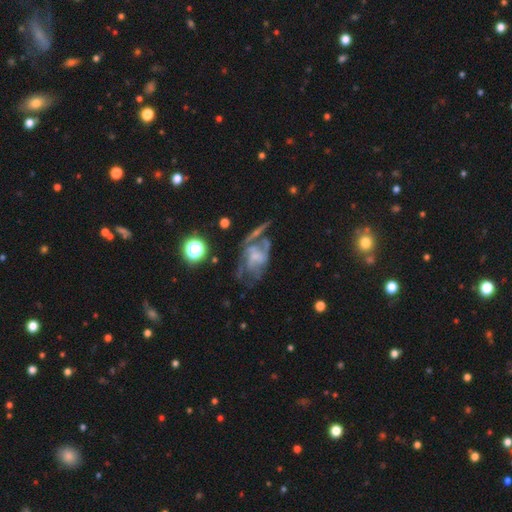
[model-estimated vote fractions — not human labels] Q: Smooth or featured?
A: featured or disk (70%); runner-up: smooth (18%)
Q: Edge-on disk?
A: no (96%); runner-up: yes (4%)
Q: Bar?
A: no (63%); runner-up: weak (29%)
Q: Spiral arms?
A: yes (67%); runner-up: no (33%)
Q: Bulge size?
A: small (41%); runner-up: none (31%)
Q: Merging?
A: major disturbance (38%); runner-up: none (30%)